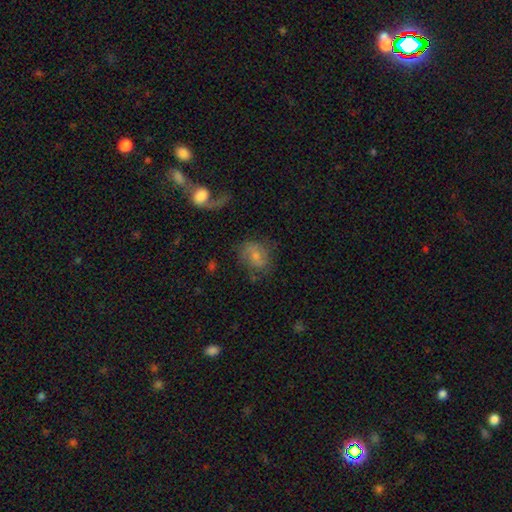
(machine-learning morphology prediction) Q: Smooth or featured?
A: featured or disk (48%); runner-up: smooth (39%)
Q: Merging?
A: none (61%); runner-up: minor disturbance (17%)